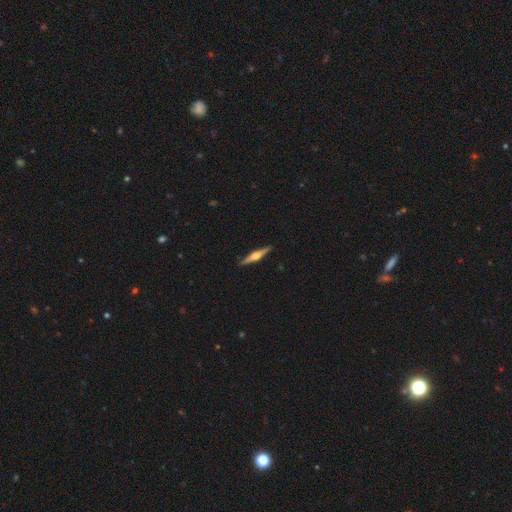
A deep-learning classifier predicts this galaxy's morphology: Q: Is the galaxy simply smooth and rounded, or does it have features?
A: featured or disk — 74%.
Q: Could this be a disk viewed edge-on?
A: yes — 98%.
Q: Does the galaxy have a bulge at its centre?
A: rounded — 91%.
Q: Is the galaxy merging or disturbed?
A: none — 92%.